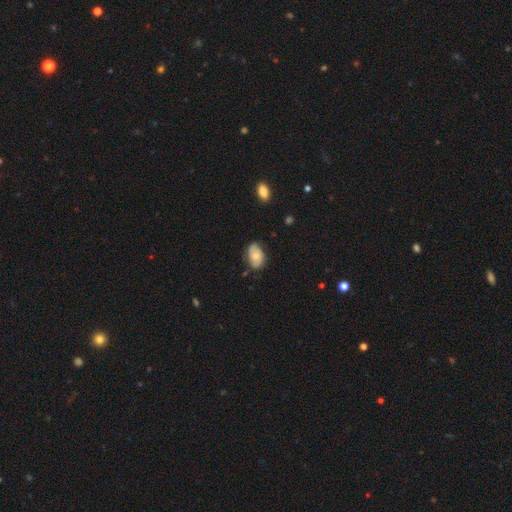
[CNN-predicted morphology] smooth 64%, featured or disk 29%, star or artifact 7%. Down the decision tree: how rounded — in between (88%); merging — none (68%).